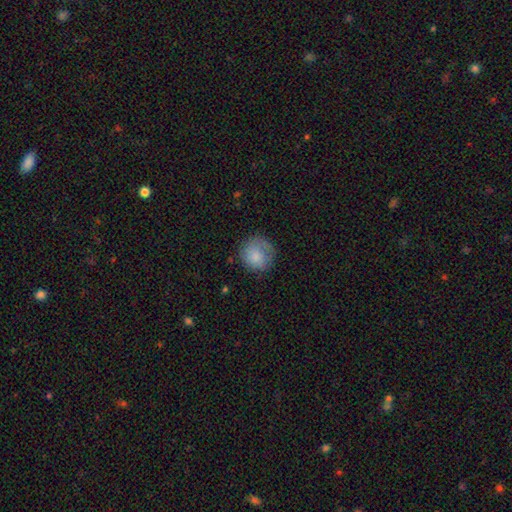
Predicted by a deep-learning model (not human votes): smooth_or_featured: smooth (p=0.80) [alt: featured or disk p=0.13]
how_rounded: round (p=0.88) [alt: in between p=0.11]
merging: none (p=0.66) [alt: minor disturbance p=0.21]